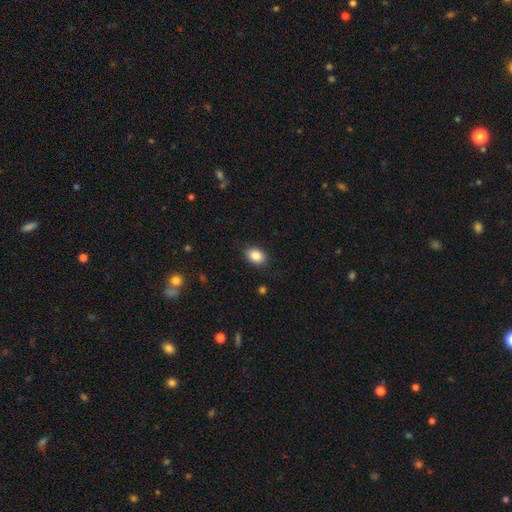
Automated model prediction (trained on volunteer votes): Smooth or featured?
  - smooth: 87% *
  - star or artifact: 8%
  - featured or disk: 5%
How rounded?
  - in between: 72% *
  - round: 27%
  - cigar-shaped: 1%
Merging?
  - none: 85% *
  - minor disturbance: 11%
  - major disturbance: 3%
  - merger: 1%